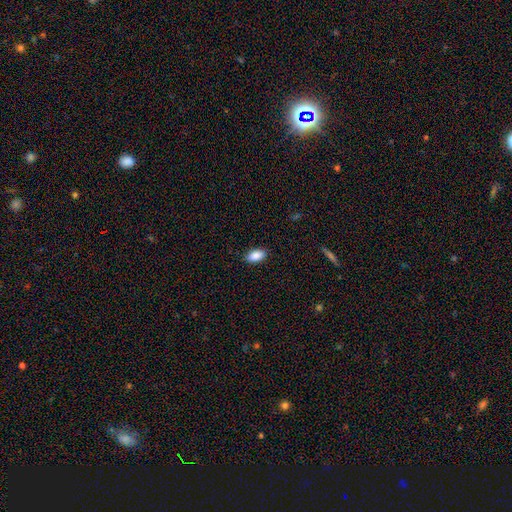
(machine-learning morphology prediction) Smooth or featured: smooth — 89% (star or artifact — 7%)
How rounded: in between — 93% (round — 4%)
Merging: none — 88% (minor disturbance — 9%)